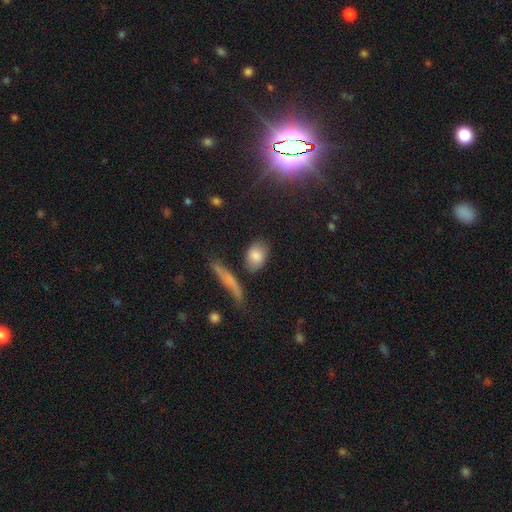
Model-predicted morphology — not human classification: Smooth or featured: smooth — 80% (featured or disk — 12%)
How rounded: in between — 75% (round — 21%)
Merging: none — 74% (minor disturbance — 15%)